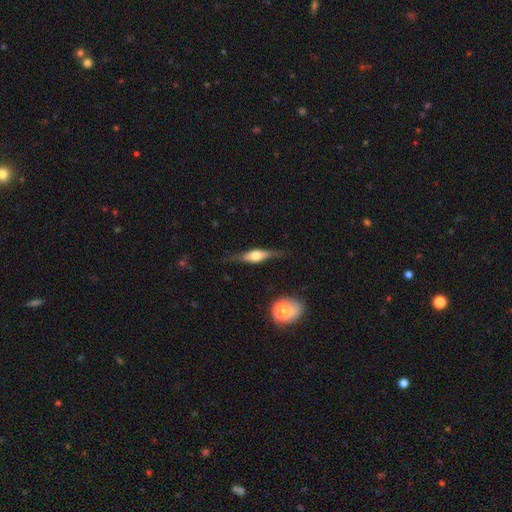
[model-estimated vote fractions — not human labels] Overall: featured or disk (67%). Edge-on disk: yes (94%). Edge-on bulge: rounded (89%). Merging: none (79%).